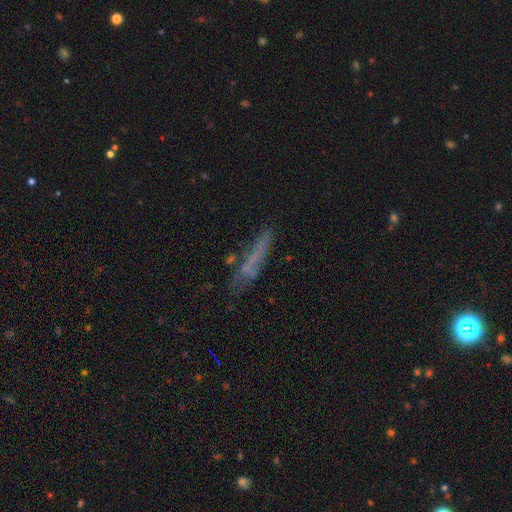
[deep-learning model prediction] A smooth galaxy with no disk features (48%). Merging: none (58%).